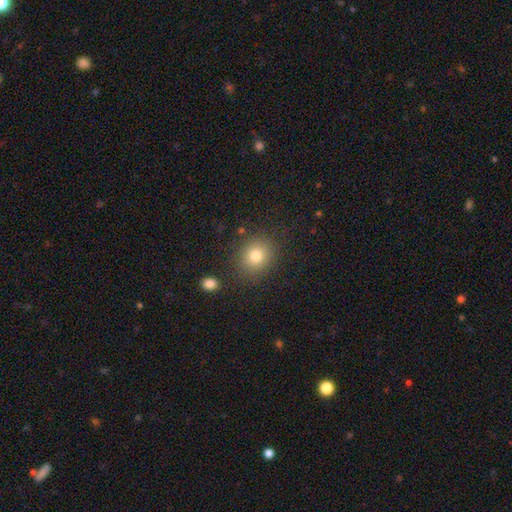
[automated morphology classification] Overall: smooth (80%). How rounded: round (78%). Merging: none (84%).